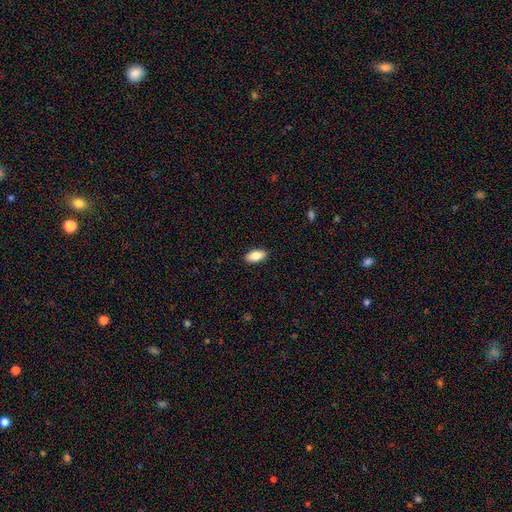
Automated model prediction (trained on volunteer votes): Smooth or featured?
  - smooth: 85% *
  - featured or disk: 8%
  - star or artifact: 7%
How rounded?
  - in between: 91% *
  - cigar-shaped: 7%
  - round: 2%
Merging?
  - none: 90% *
  - minor disturbance: 7%
  - major disturbance: 2%
  - merger: 1%